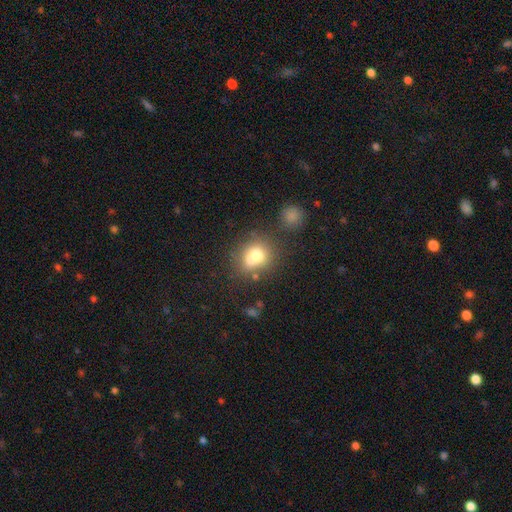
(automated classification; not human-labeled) Smooth or featured? smooth (70%)
How rounded? round (75%)
Merging? none (44%)